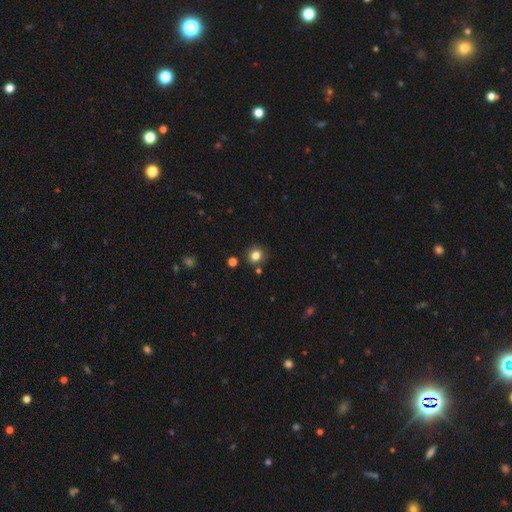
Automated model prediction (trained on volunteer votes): This appears to be a smooth galaxy with no disk features (81%) that is round (80%). Merging: none (82%).